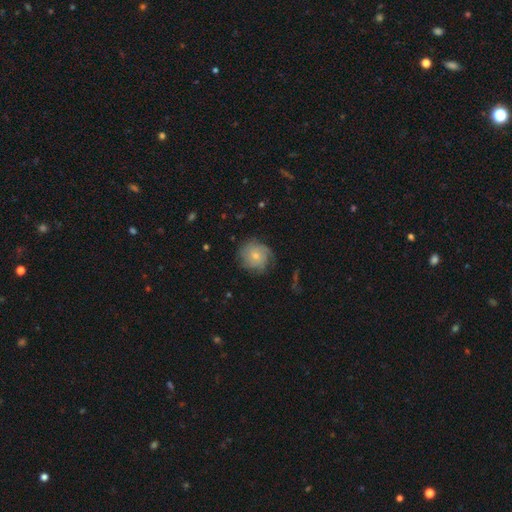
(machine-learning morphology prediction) This appears to be a featured or disk galaxy (50%). Merging: none (69%).